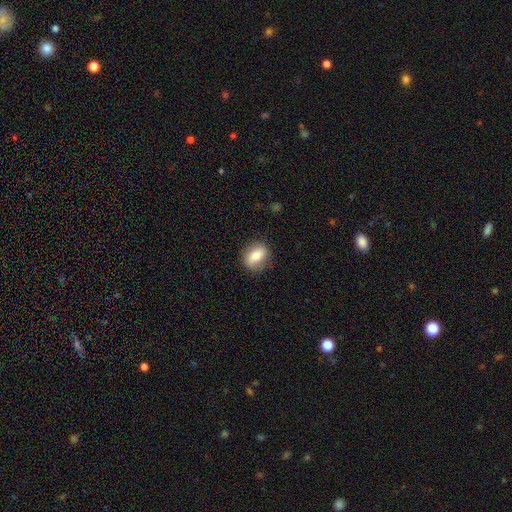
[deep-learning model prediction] Smooth or featured: smooth — 76% (featured or disk — 17%)
How rounded: in between — 64% (round — 33%)
Merging: none — 84% (minor disturbance — 12%)